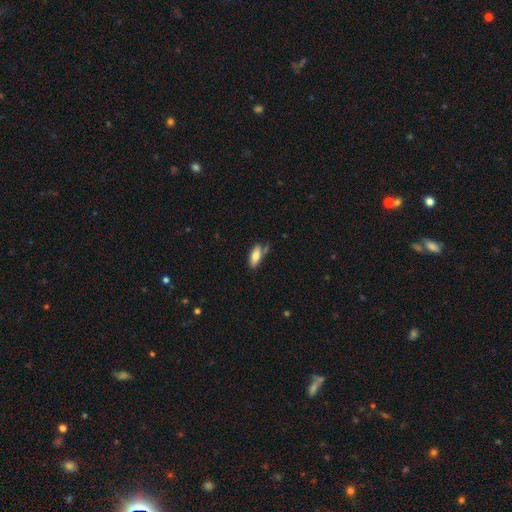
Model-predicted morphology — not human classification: A smooth galaxy with no disk features (76%) that is in between round and cigar-shaped (71%). Merging: none (62%).